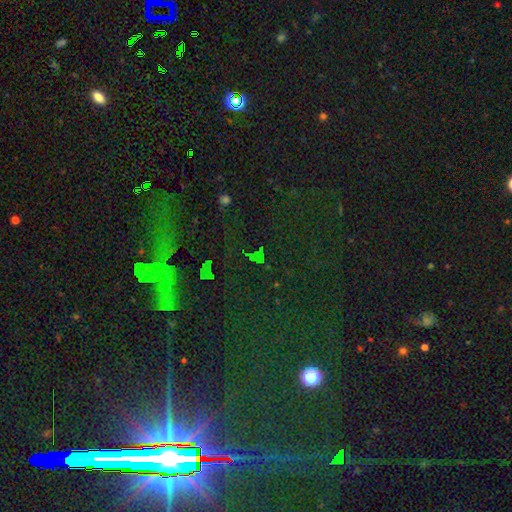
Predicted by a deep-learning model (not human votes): smooth_or_featured: star or artifact (p=0.75) [alt: smooth p=0.17]